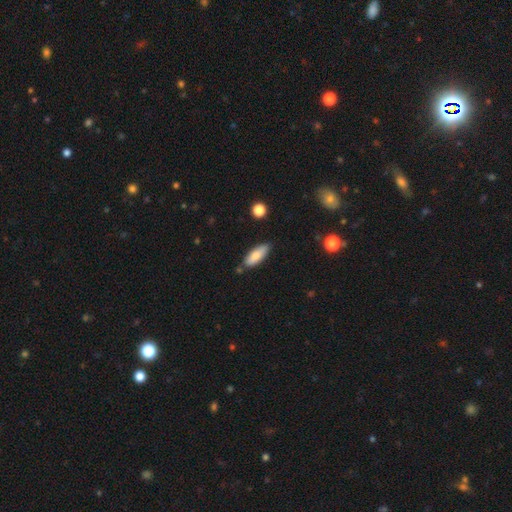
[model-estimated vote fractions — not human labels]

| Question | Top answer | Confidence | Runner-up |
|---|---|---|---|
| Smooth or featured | smooth | 82% | featured or disk (12%) |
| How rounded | in between | 66% | cigar-shaped (32%) |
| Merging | none | 78% | minor disturbance (15%) |